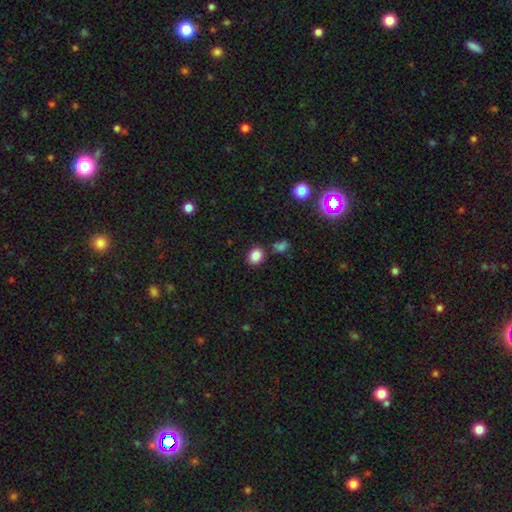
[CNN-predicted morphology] type=smooth (85%); roundness=round (54%); merging=none (76%).